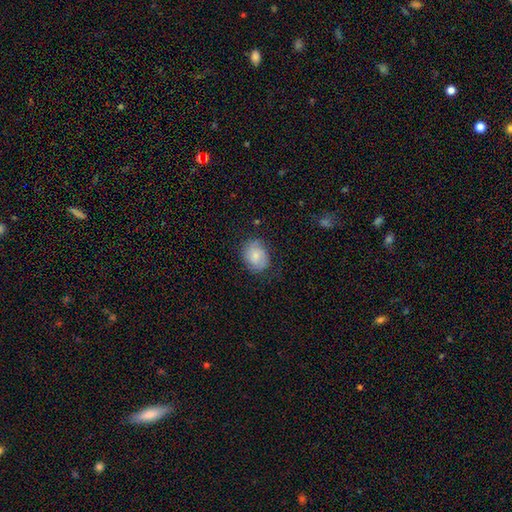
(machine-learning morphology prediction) Smooth or featured?
  - smooth: 72% *
  - featured or disk: 21%
  - star or artifact: 7%
How rounded?
  - round: 51% *
  - in between: 48%
  - cigar-shaped: 1%
Merging?
  - none: 72% *
  - minor disturbance: 22%
  - major disturbance: 6%
  - merger: 1%